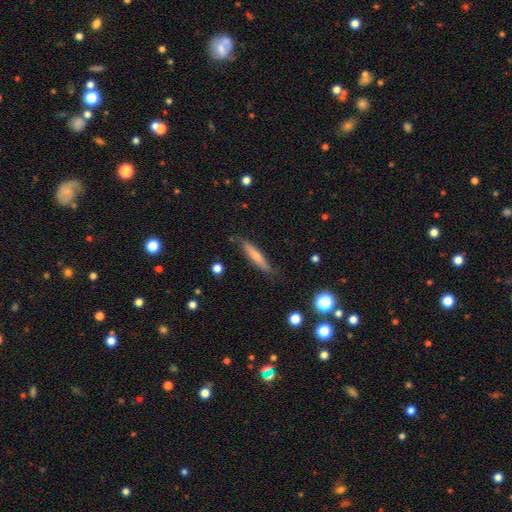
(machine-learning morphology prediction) smooth_or_featured: smooth (p=0.64) [alt: featured or disk p=0.30]
how_rounded: cigar-shaped (p=0.90) [alt: in between p=0.08]
merging: none (p=0.81) [alt: minor disturbance p=0.15]